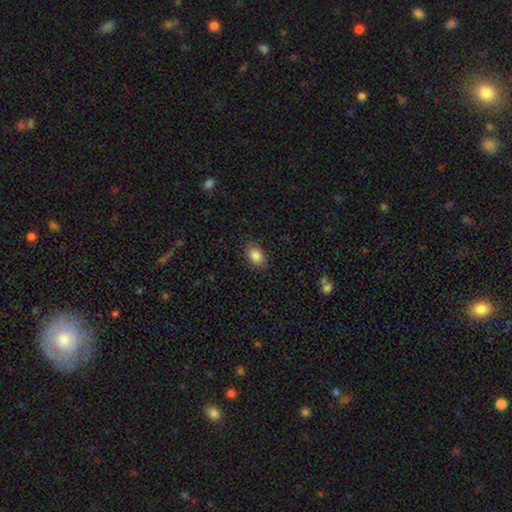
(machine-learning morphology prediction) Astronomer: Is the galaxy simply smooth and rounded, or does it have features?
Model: smooth — 86%.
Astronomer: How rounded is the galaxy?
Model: in between — 82%.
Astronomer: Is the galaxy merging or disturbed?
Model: none — 85%.